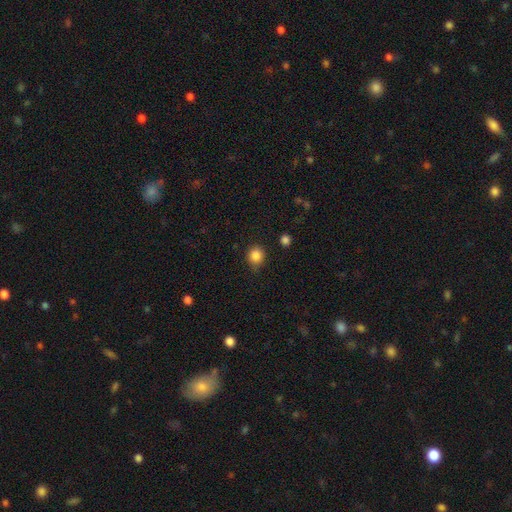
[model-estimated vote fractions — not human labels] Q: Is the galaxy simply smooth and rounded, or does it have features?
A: smooth — 85%.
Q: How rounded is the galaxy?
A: round — 87%.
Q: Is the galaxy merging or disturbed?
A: none — 79%.